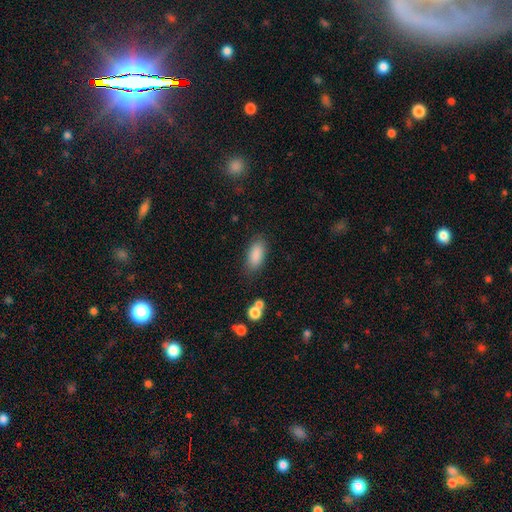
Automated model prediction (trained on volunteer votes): A smooth galaxy with no disk features (88%) that is in between round and cigar-shaped (86%).

Vote fractions:
- Smooth or featured? smooth: 88% / star or artifact: 7% / featured or disk: 5%
- How rounded? in between: 86% / cigar-shaped: 11% / round: 3%
- Merging? none: 81% / minor disturbance: 13% / major disturbance: 4% / merger: 3%